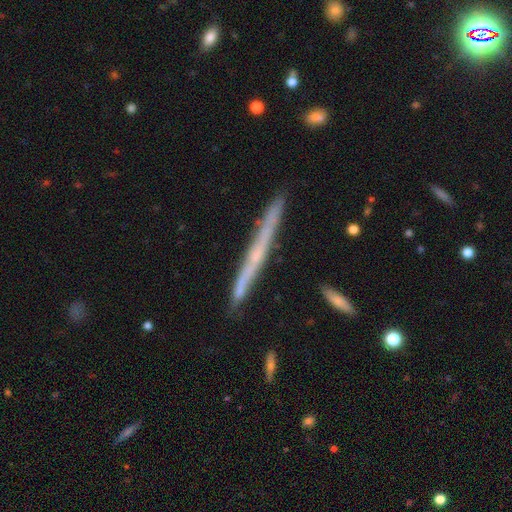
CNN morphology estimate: Smooth or featured?
  - featured or disk: 64% *
  - smooth: 29%
  - star or artifact: 7%
Edge-on disk?
  - yes: 97% *
  - no: 3%
Edge-on bulge?
  - none: 68% *
  - rounded: 27%
  - boxy: 5%
Merging?
  - none: 87% *
  - minor disturbance: 10%
  - merger: 2%
  - major disturbance: 2%